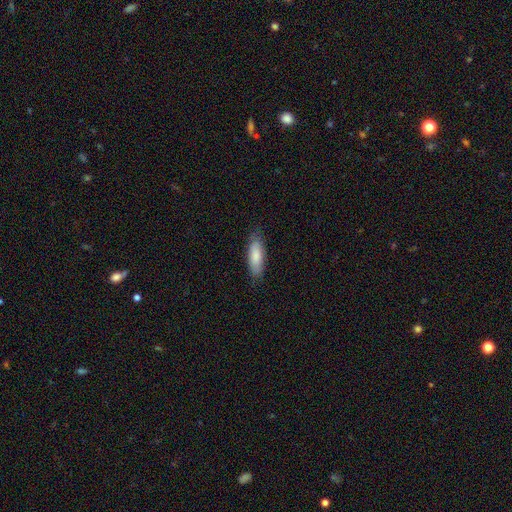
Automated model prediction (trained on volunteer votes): The model was most divided on "how rounded": in between: 64%, cigar-shaped: 35%, round: 2%. More confident: smooth or featured — smooth (81%); merging — none (78%).